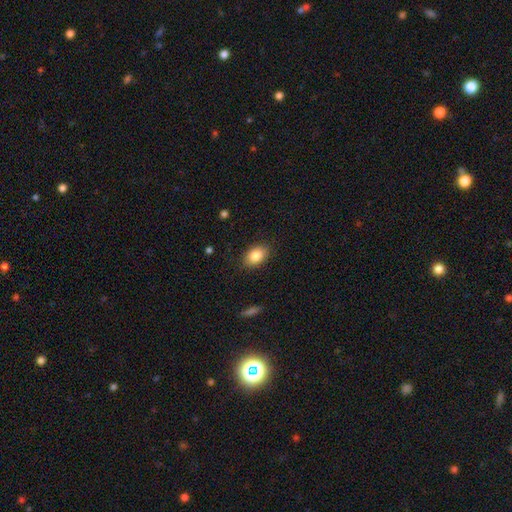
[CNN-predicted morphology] Smooth or featured? smooth (86%)
How rounded? in between (85%)
Merging? none (85%)